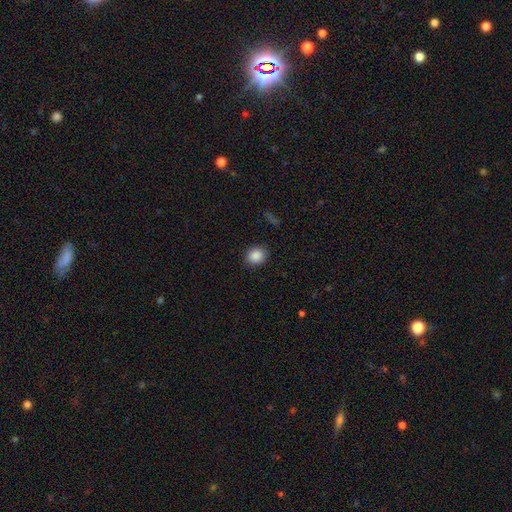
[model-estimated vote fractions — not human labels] smooth 88%, star or artifact 9%, featured or disk 3%. Down the decision tree: how rounded — round (64%); merging — none (89%).